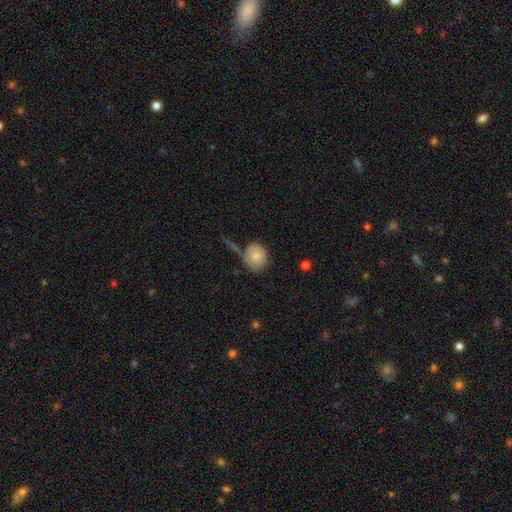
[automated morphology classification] A smooth galaxy with no disk features (82%) that is round (78%). Merging: none (67%).